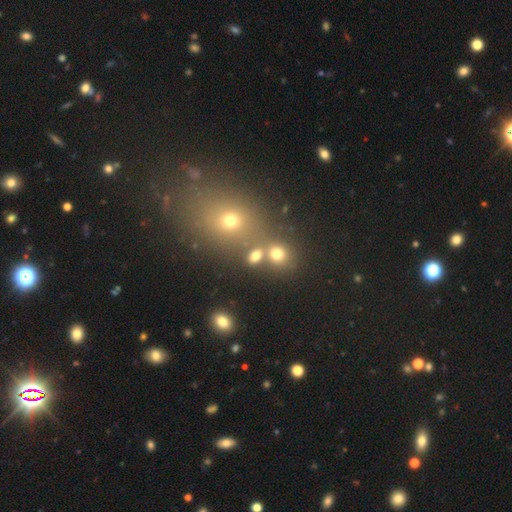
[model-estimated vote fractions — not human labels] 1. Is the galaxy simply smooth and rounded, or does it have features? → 71% smooth, 19% star or artifact, 10% featured or disk.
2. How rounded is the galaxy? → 58% round, 40% in between, 2% cigar-shaped.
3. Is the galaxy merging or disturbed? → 59% none, 28% merger, 9% minor disturbance, 5% major disturbance.